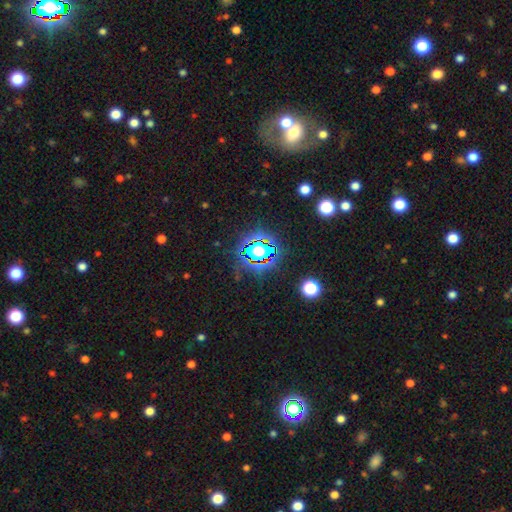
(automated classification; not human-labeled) smooth-or-featured: star or artifact: 68% | smooth: 20% | featured or disk: 12%